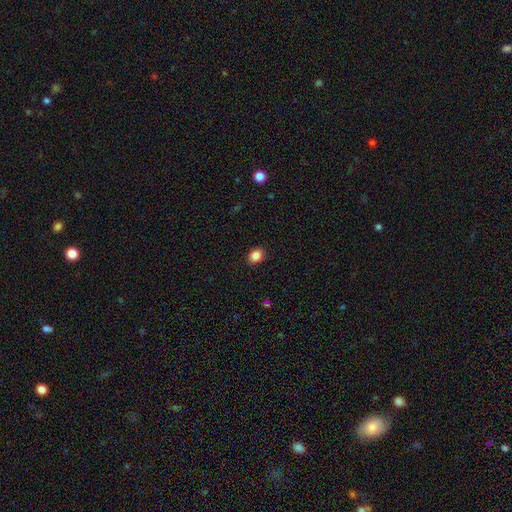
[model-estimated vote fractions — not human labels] This appears to be a smooth galaxy with no disk features (86%) that is in between round and cigar-shaped (58%). Merging: none (90%).